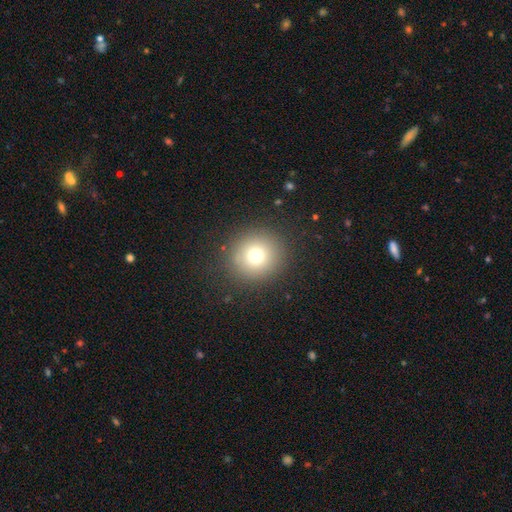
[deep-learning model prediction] This is likely a smooth galaxy (74%). How rounded: clearly round (92%). Merging: clearly none (89%).